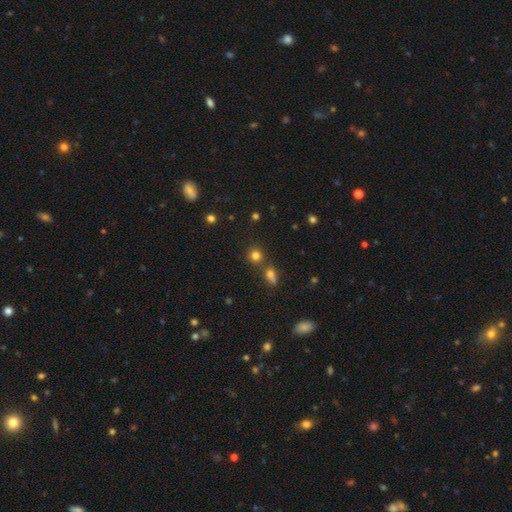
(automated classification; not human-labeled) This appears to be a smooth galaxy with no disk features (76%) that is round (89%). Merging: none (72%).